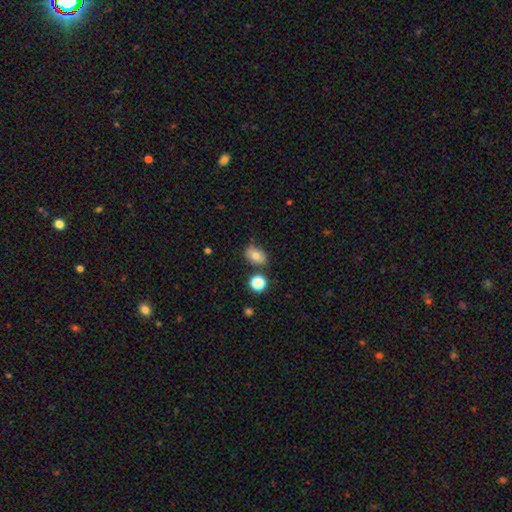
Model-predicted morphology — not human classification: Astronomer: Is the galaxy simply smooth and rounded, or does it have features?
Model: smooth — 75%.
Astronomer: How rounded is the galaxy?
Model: in between — 71%.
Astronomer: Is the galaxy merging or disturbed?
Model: none — 76%.